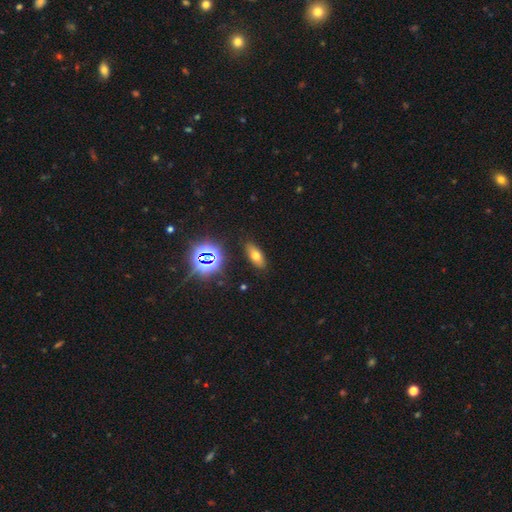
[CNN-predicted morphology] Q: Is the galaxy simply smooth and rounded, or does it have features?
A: smooth — 61%.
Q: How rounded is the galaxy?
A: in between — 76%.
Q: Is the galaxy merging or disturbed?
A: none — 88%.